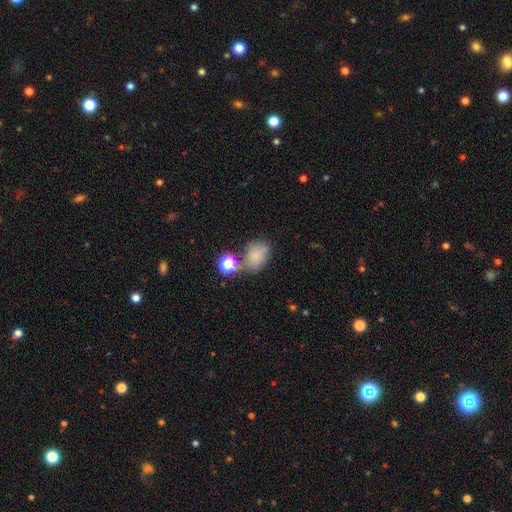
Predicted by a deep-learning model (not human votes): Smooth or featured? Predicted: smooth (p=0.70). How rounded? Predicted: in between (p=0.62). Merging? Predicted: none (p=0.51).